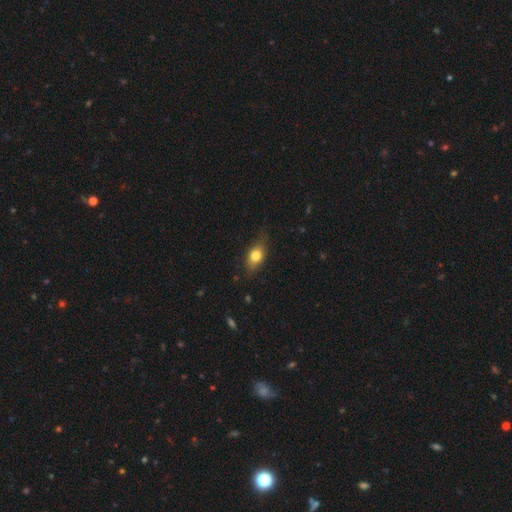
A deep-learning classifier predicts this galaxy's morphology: Smooth or featured?
  - smooth: 77% *
  - featured or disk: 15%
  - star or artifact: 8%
How rounded?
  - in between: 79% *
  - round: 14%
  - cigar-shaped: 7%
Merging?
  - none: 73% *
  - minor disturbance: 21%
  - major disturbance: 5%
  - merger: 1%